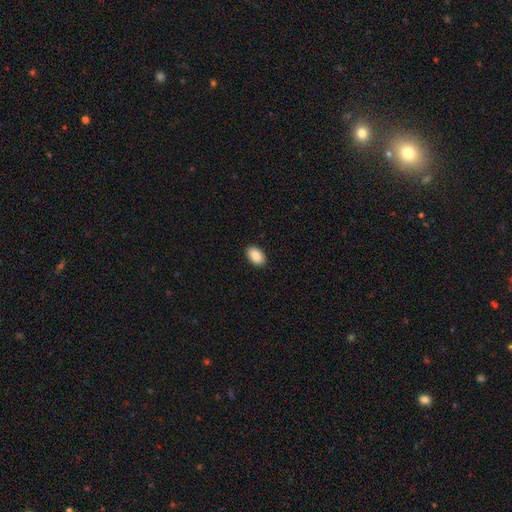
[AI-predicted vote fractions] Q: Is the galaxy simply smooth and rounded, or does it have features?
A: smooth — 90%.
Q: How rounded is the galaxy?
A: in between — 93%.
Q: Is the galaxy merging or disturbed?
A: none — 91%.